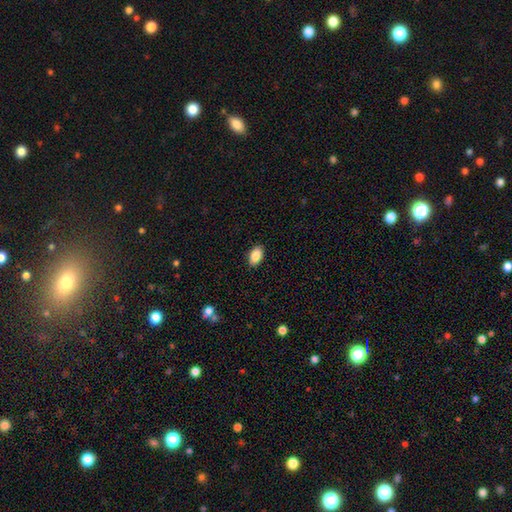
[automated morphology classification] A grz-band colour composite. It shows a smooth galaxy with no disk features (88%) that is in between round and cigar-shaped (91%). Merging: none (89%).